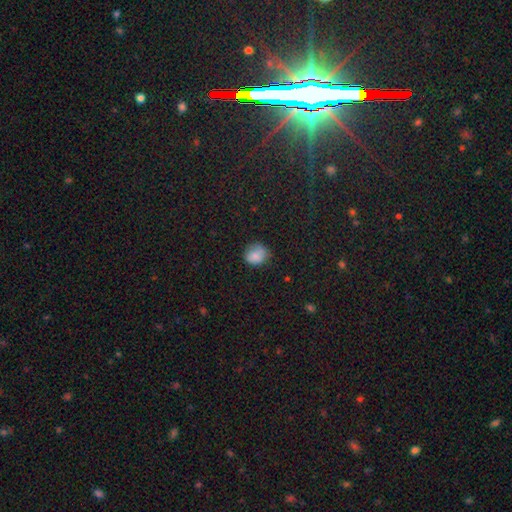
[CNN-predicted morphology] type=smooth (82%); roundness=round (71%); merging=none (69%).